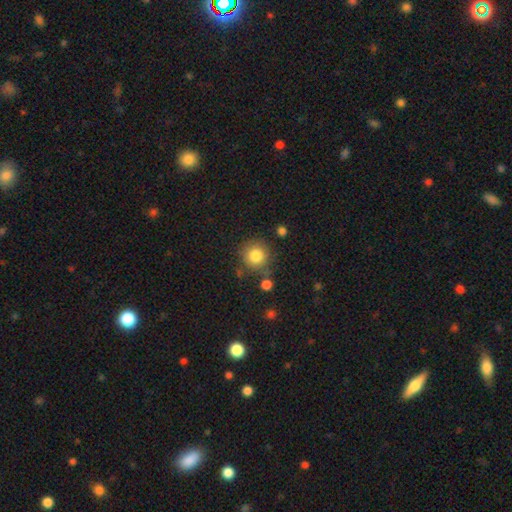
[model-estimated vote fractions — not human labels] Overall: smooth (82%). How rounded: round (93%). Merging: none (77%).